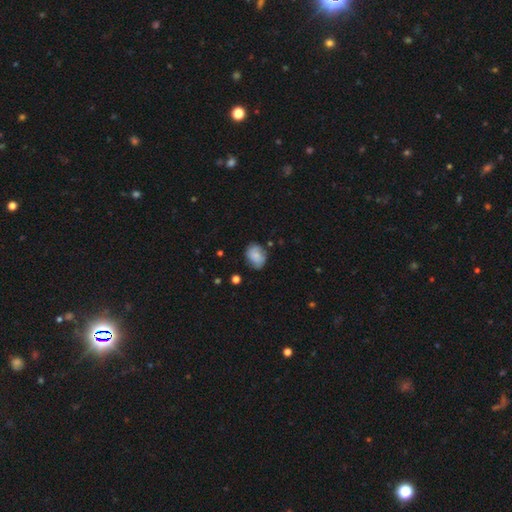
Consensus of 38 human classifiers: Smooth or featured? 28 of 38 (74%) said smooth. How rounded? 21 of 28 (75%) said in between. Merging? 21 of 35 (60%) said none.